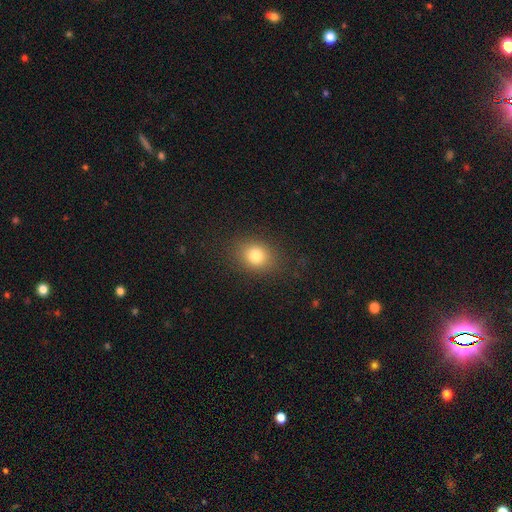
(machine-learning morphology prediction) This appears to be a smooth galaxy with no disk features (79%) that is round (56%). Merging: none (86%).